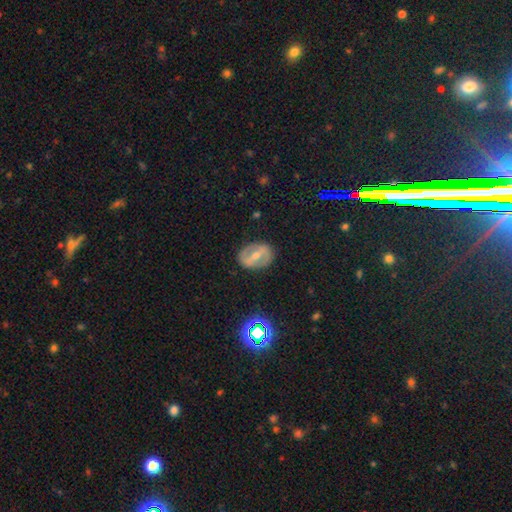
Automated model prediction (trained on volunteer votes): This appears to be a featured or disk galaxy (64%) with a strong bar (63%), no spiral arms (66%) and a moderate central bulge (54%). Merging: none (84%).